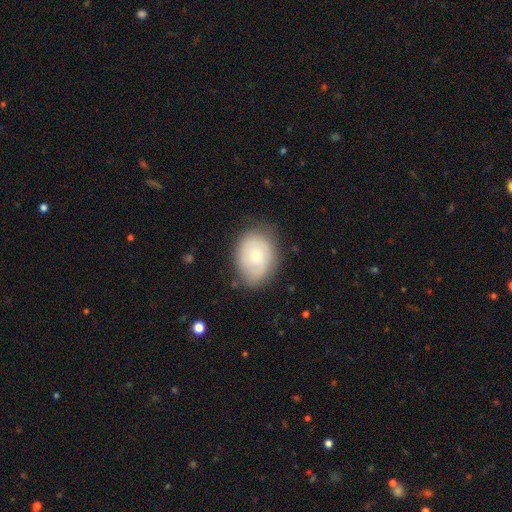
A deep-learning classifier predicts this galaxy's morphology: type=smooth (53%); roundness=in between (64%); merging=none (73%).